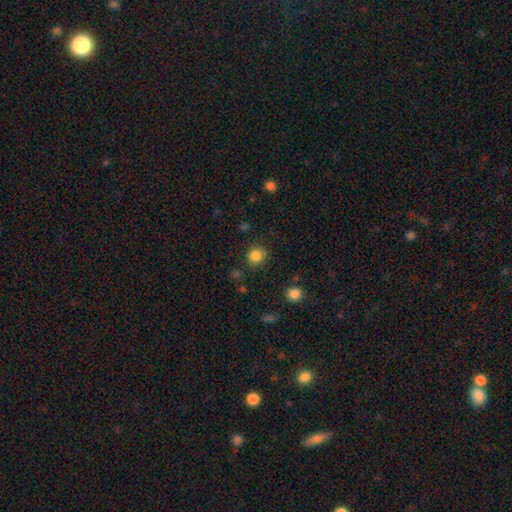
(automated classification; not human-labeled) Overall: smooth (85%). How rounded: round (81%). Merging: none (83%).